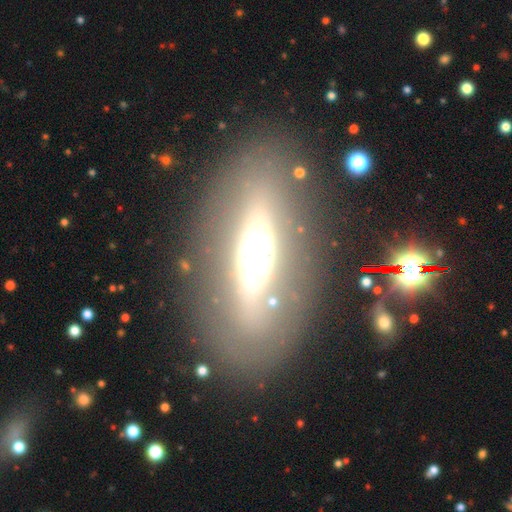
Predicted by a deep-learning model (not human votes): A featured or disk galaxy (51%) viewed edge-on (56%).

Vote fractions:
- Smooth or featured? featured or disk: 51% / smooth: 33% / star or artifact: 16%
- Edge-on disk? yes: 56% / no: 44%
- Merging? none: 79% / minor disturbance: 11% / major disturbance: 7% / merger: 2%